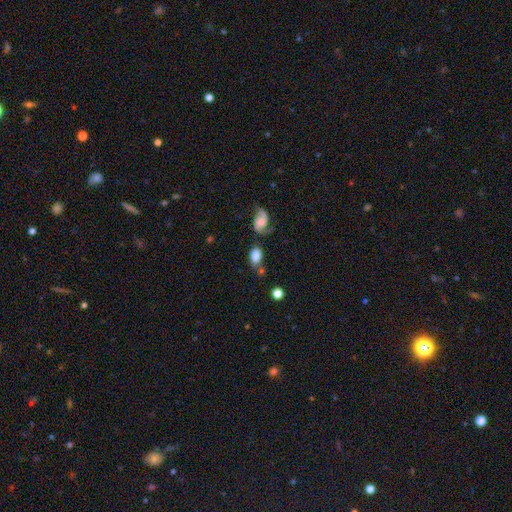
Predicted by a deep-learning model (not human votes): smooth 73%, featured or disk 18%, star or artifact 9%. Down the decision tree: how rounded — in between (81%); merging — none (52%).